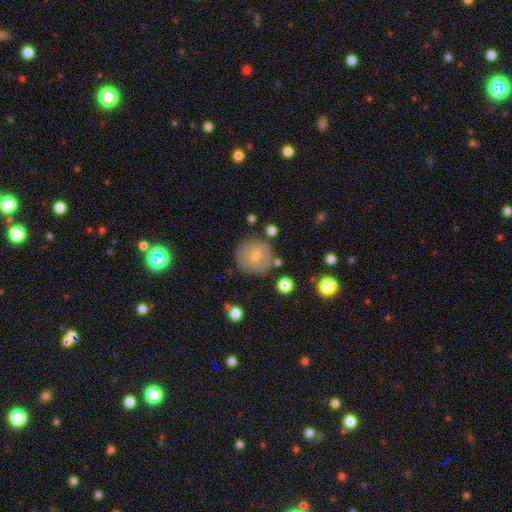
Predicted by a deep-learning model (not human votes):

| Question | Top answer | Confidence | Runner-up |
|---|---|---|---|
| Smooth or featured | smooth | 58% | featured or disk (34%) |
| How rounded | round | 92% | in between (7%) |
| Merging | none | 75% | minor disturbance (16%) |